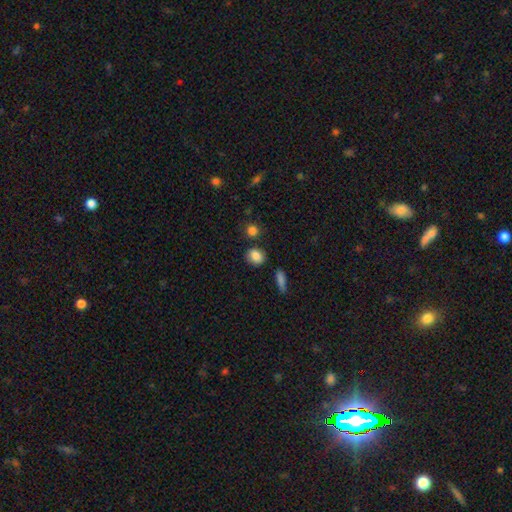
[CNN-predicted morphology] The model was most divided on "how rounded": round: 50%, in between: 48%, cigar-shaped: 2%. More confident: smooth or featured — smooth (86%); merging — none (80%).